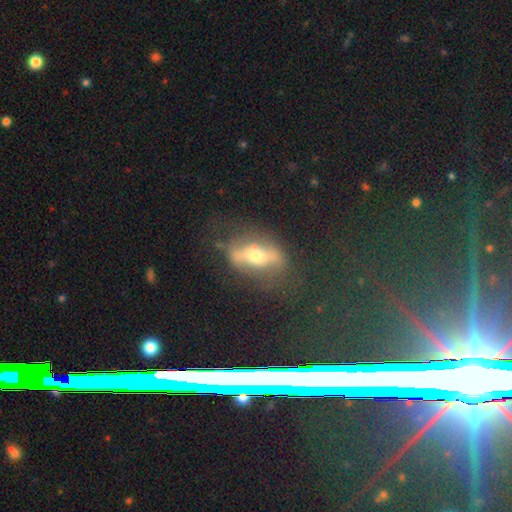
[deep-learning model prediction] Smooth or featured: featured or disk — 39% (smooth — 35%)
Merging: none — 73% (minor disturbance — 17%)